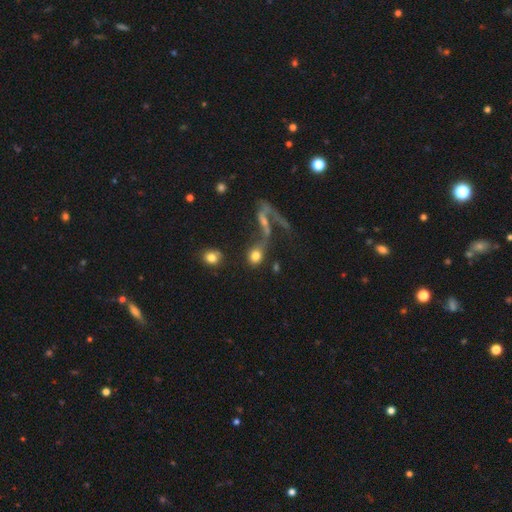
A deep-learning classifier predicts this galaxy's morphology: Smooth or featured? smooth (73%)
How rounded? round (65%)
Merging? none (39%)